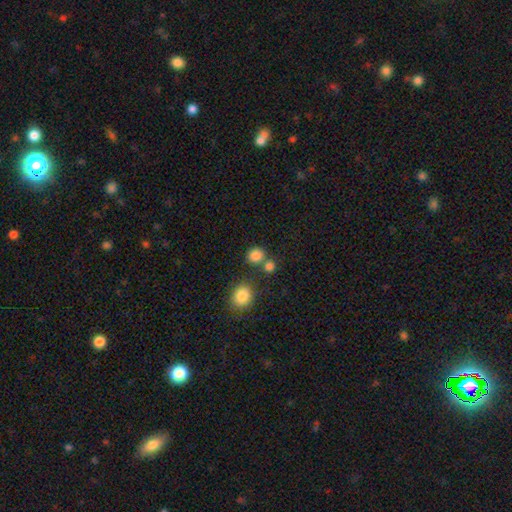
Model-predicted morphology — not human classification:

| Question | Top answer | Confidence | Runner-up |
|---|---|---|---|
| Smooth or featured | smooth | 83% | star or artifact (12%) |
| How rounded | round | 78% | in between (21%) |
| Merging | none | 67% | merger (21%) |